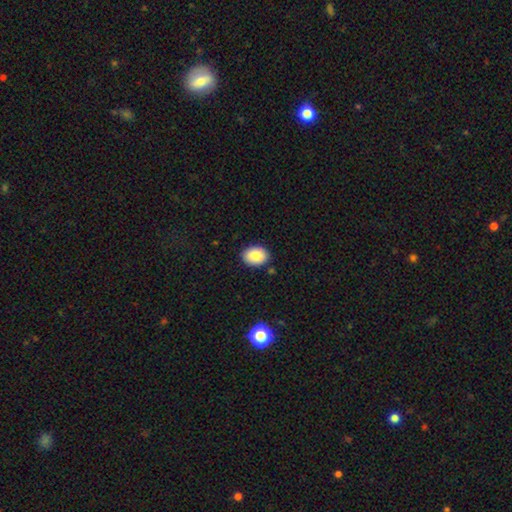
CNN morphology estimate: smooth 87%, star or artifact 7%, featured or disk 6%. Down the decision tree: how rounded — in between (77%); merging — none (87%).